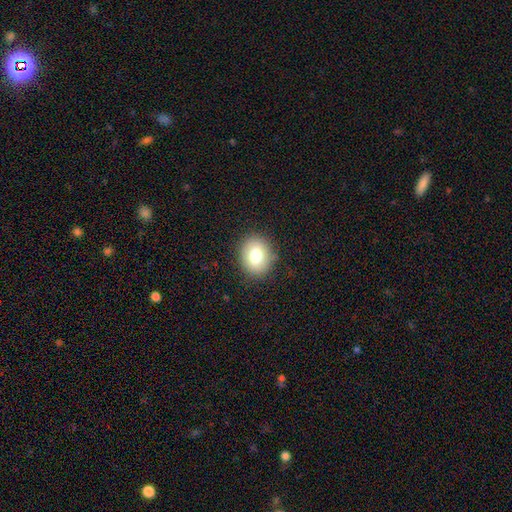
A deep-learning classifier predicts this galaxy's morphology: This is likely a smooth galaxy (77%). How rounded: possibly round (59%). Merging: clearly none (86%).